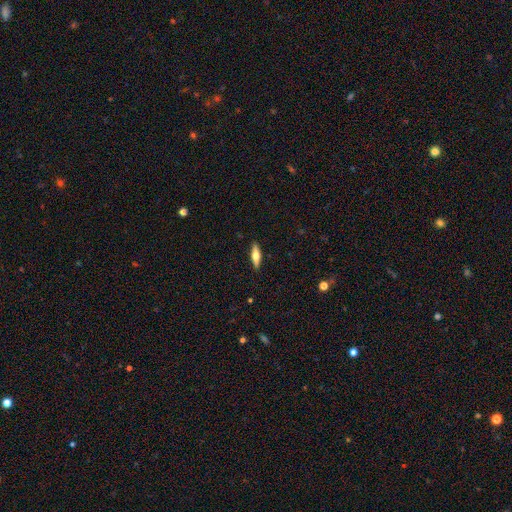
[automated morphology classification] A smooth galaxy with no disk features (52%) that is cigar-shaped (61%).

Vote fractions:
- Smooth or featured? smooth: 52% / featured or disk: 42% / star or artifact: 6%
- How rounded? cigar-shaped: 61% / in between: 37% / round: 2%
- Merging? none: 90% / minor disturbance: 8% / major disturbance: 2% / merger: 1%